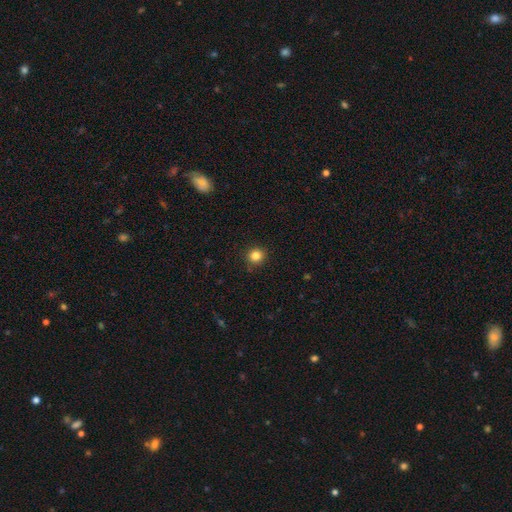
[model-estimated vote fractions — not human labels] A smooth galaxy with no disk features (84%) that is round (92%).

Vote fractions:
- Smooth or featured? smooth: 84% / star or artifact: 12% / featured or disk: 4%
- How rounded? round: 92% / in between: 8% / cigar-shaped: 1%
- Merging? none: 90% / minor disturbance: 7% / major disturbance: 2% / merger: 1%